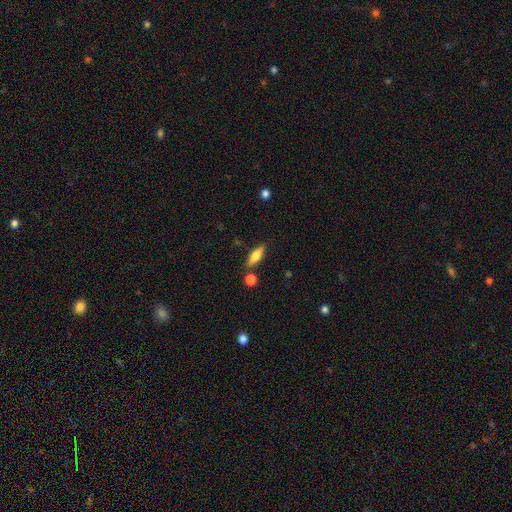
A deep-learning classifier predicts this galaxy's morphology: smooth 63%, featured or disk 31%, star or artifact 7%. Down the decision tree: how rounded — in between (50%); merging — none (79%).